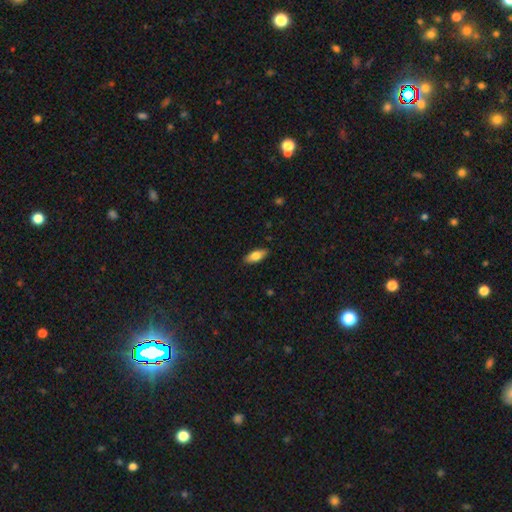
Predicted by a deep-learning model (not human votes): Smooth or featured?
  - smooth: 76% *
  - featured or disk: 18%
  - star or artifact: 6%
How rounded?
  - in between: 81% *
  - cigar-shaped: 17%
  - round: 2%
Merging?
  - none: 89% *
  - minor disturbance: 9%
  - major disturbance: 2%
  - merger: 1%